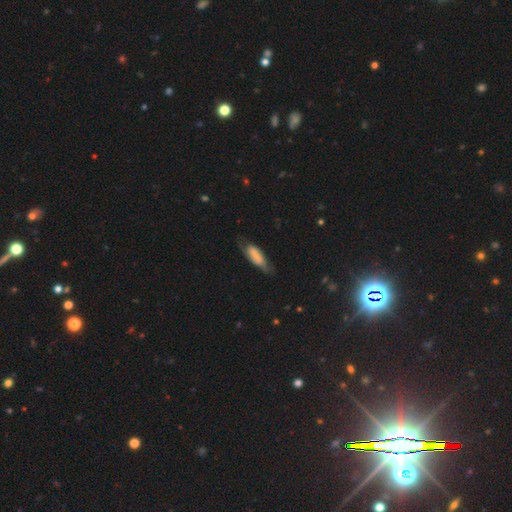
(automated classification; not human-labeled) smooth_or_featured: smooth (p=0.66) [alt: featured or disk p=0.28]
how_rounded: in between (p=0.62) [alt: cigar-shaped p=0.36]
merging: none (p=0.51) [alt: minor disturbance p=0.32]